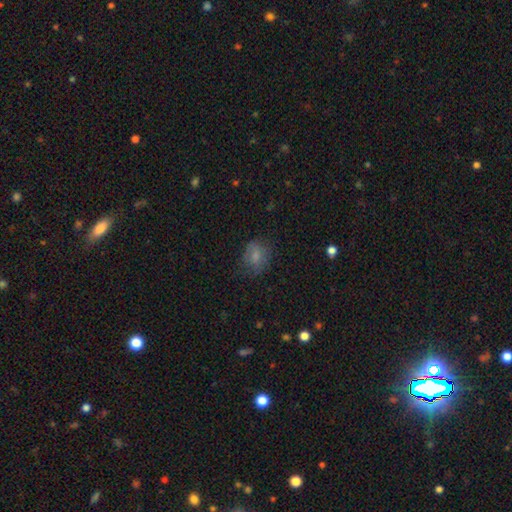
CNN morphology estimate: Smooth or featured? smooth (72%)
How rounded? in between (56%)
Merging? none (60%)